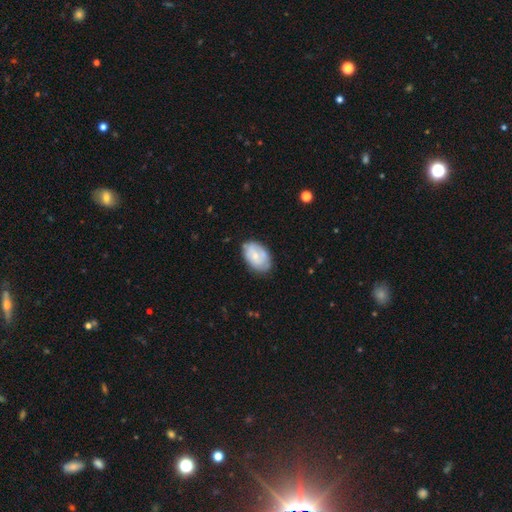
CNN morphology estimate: type=smooth (47%, tied with featured or disk); merging=none (71%).